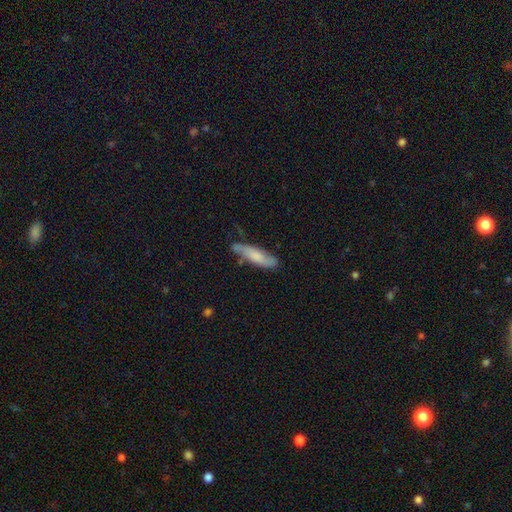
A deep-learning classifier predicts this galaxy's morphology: This is likely a smooth galaxy (62%). How rounded: likely cigar-shaped (68%). Merging: likely none (68%).